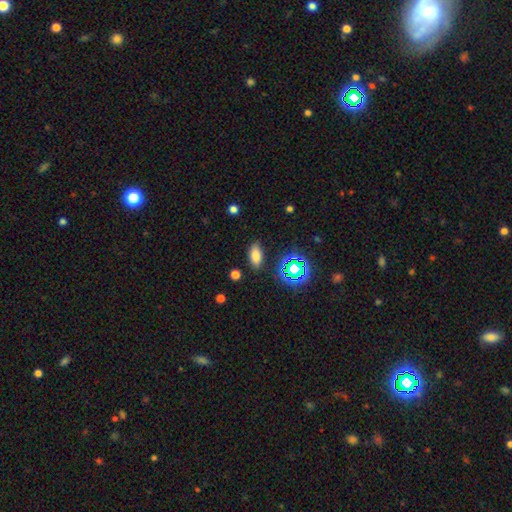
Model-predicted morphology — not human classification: The model was most divided on "smooth or featured": smooth: 73%, star or artifact: 19%, featured or disk: 8%. More confident: how rounded — in between (87%); merging — none (84%).